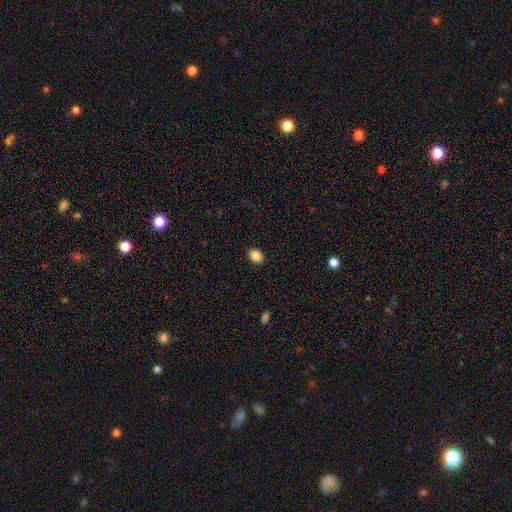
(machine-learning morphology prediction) Q: Smooth or featured?
A: smooth (86%); runner-up: star or artifact (10%)
Q: How rounded?
A: in between (50%); runner-up: round (49%)
Q: Merging?
A: none (90%); runner-up: minor disturbance (7%)